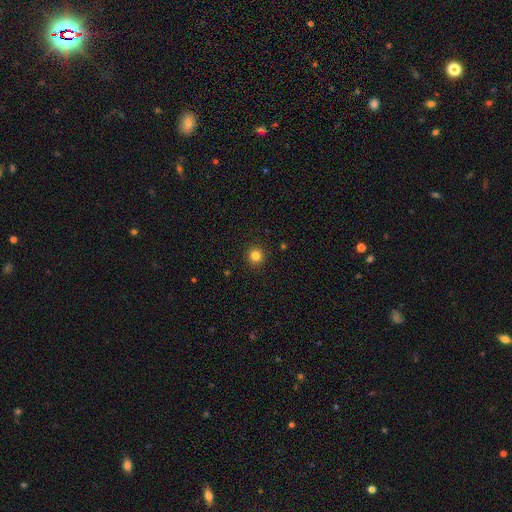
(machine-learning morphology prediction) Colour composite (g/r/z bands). It shows a smooth galaxy with no disk features (83%) that is round (94%). Merging: none (92%).